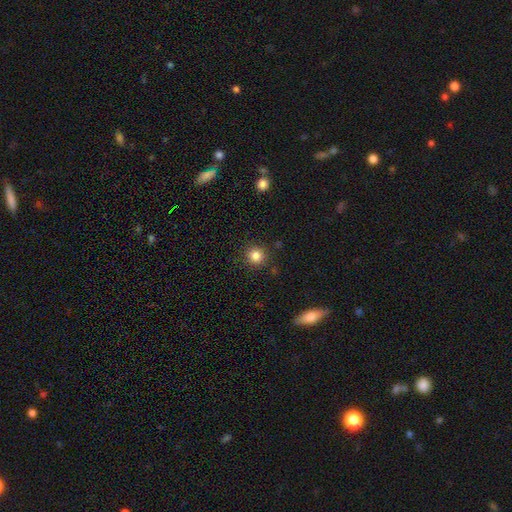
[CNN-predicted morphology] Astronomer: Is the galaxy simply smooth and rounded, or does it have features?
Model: smooth — 84%.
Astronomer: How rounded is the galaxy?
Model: round — 93%.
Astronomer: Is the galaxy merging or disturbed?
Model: none — 89%.